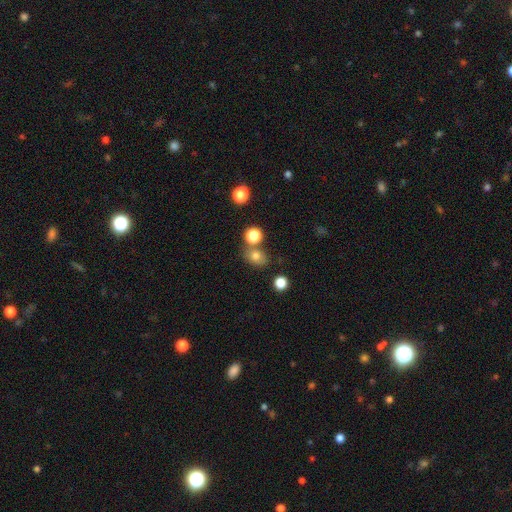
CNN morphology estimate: Smooth or featured? smooth (77%)
How rounded? round (51%)
Merging? none (66%)